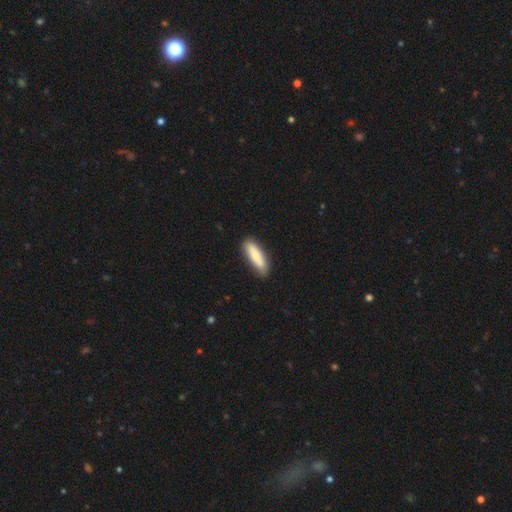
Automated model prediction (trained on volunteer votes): Smooth or featured: smooth — 77% (featured or disk — 17%)
How rounded: cigar-shaped — 57% (in between — 41%)
Merging: none — 85% (minor disturbance — 11%)